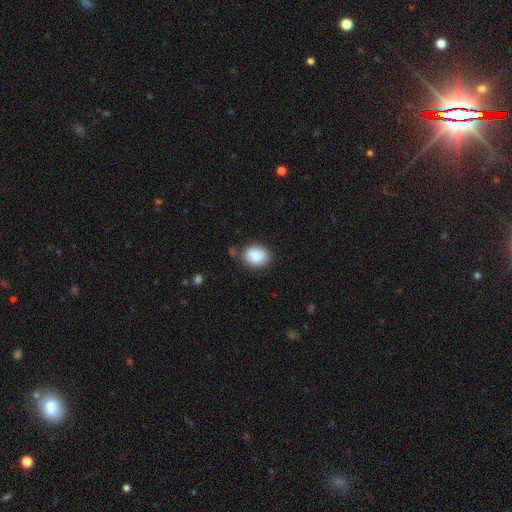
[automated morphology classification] Smooth or featured: smooth — 88% (star or artifact — 7%)
How rounded: in between — 55% (round — 44%)
Merging: none — 77% (minor disturbance — 15%)